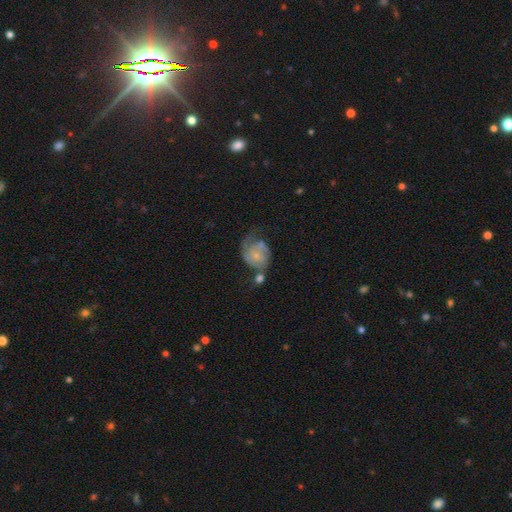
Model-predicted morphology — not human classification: This is likely a featured or disk galaxy (63%). It is clearly not viewed edge-on (98%). Bar: likely no (76%). Spiral arm pattern: clearly yes (82%). Spiral arm count: possibly 2 (49%). Spiral winding: marginally medium (39%). Central bulge: likely small (66%). Merging: marginally none (29%).